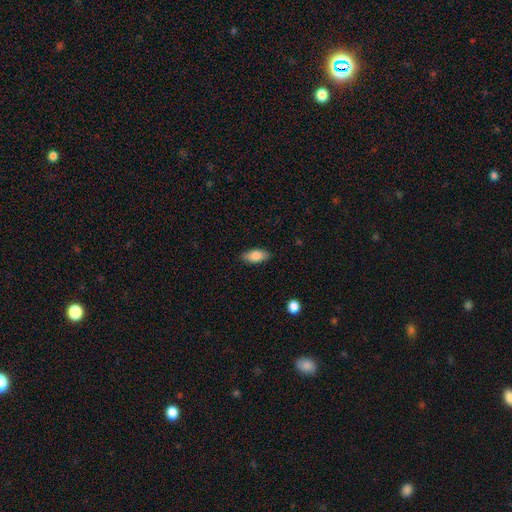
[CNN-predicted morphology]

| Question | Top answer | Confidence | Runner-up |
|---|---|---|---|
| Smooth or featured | smooth | 82% | featured or disk (12%) |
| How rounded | in between | 87% | cigar-shaped (9%) |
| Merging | none | 87% | minor disturbance (10%) |